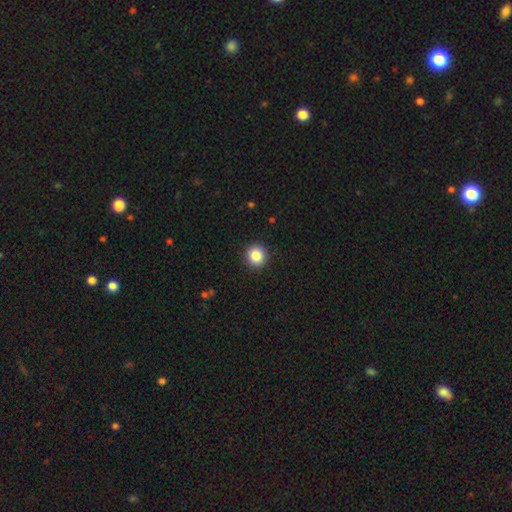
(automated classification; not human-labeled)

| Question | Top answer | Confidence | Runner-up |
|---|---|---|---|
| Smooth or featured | smooth | 85% | star or artifact (10%) |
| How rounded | round | 92% | in between (7%) |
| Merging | none | 92% | minor disturbance (5%) |